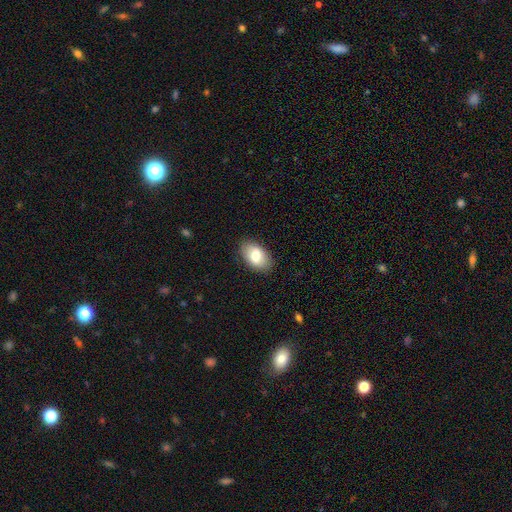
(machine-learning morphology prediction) A smooth galaxy with no disk features (77%) that is in between round and cigar-shaped (91%). Merging: none (87%).